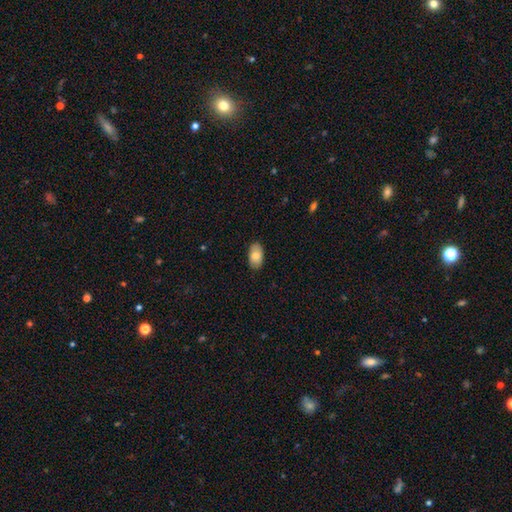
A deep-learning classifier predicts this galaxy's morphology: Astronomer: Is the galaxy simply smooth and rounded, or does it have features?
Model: smooth — 80%.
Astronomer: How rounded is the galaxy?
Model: in between — 94%.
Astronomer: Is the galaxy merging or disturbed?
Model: none — 86%.